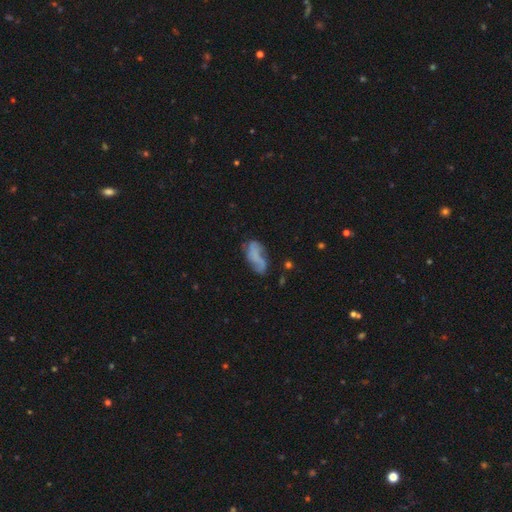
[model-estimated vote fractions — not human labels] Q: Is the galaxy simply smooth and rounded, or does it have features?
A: smooth — 45%.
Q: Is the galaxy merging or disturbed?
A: none — 43%.